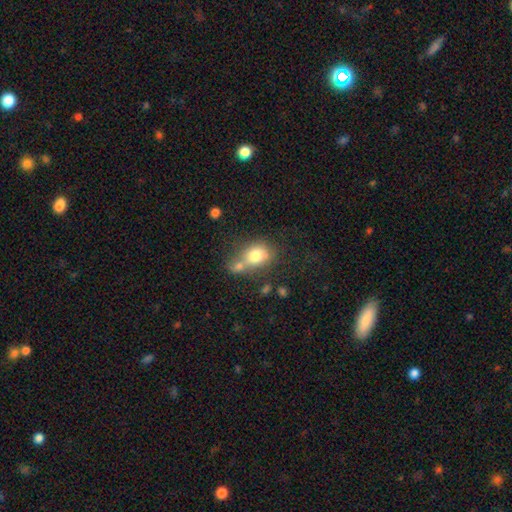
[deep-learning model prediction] Q: Smooth or featured?
A: smooth (76%); runner-up: featured or disk (14%)
Q: How rounded?
A: in between (60%); runner-up: round (38%)
Q: Merging?
A: merger (47%); runner-up: none (33%)